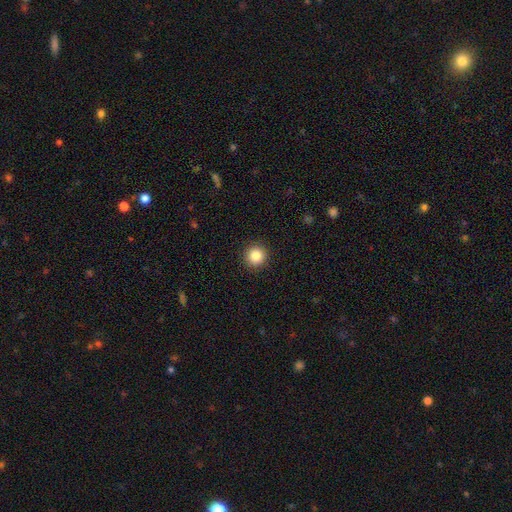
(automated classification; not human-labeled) Smooth or featured? Predicted: smooth (p=0.86). How rounded? Predicted: round (p=0.95). Merging? Predicted: none (p=0.92).